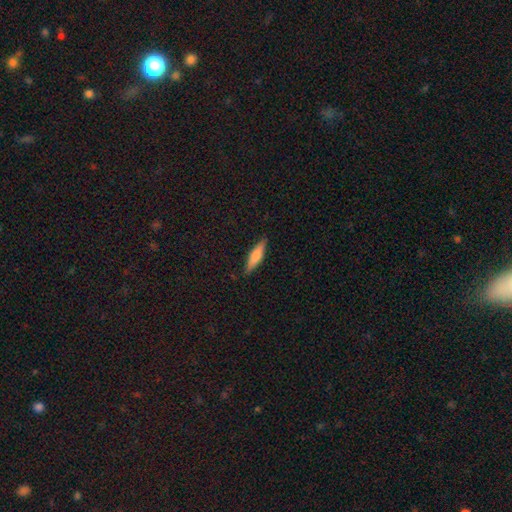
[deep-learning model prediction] Overall: smooth (64%; featured or disk 30%). How rounded: cigar-shaped (75%). Merging: none (87%).